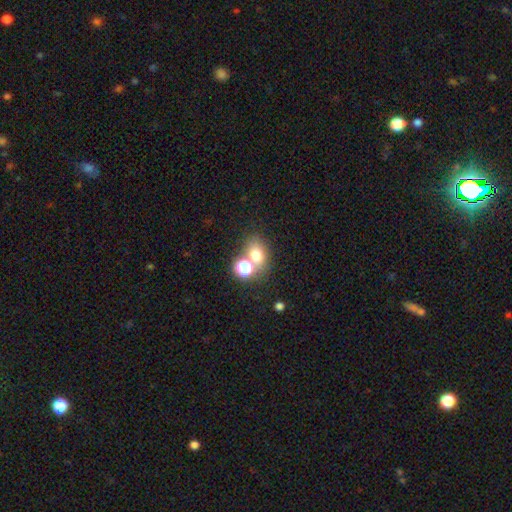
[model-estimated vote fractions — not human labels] Overall: smooth (68%). How rounded: round (51%; in between 48%). Merging: none (53%; merger 32%).